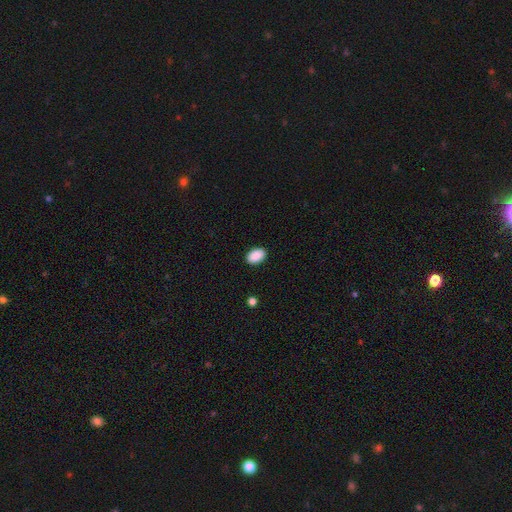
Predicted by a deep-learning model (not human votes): A smooth galaxy with no disk features (90%) that is in between round and cigar-shaped (90%).

Vote fractions:
- Smooth or featured? smooth: 90% / star or artifact: 7% / featured or disk: 2%
- How rounded? in between: 90% / round: 9% / cigar-shaped: 1%
- Merging? none: 89% / minor disturbance: 8% / major disturbance: 2% / merger: 1%